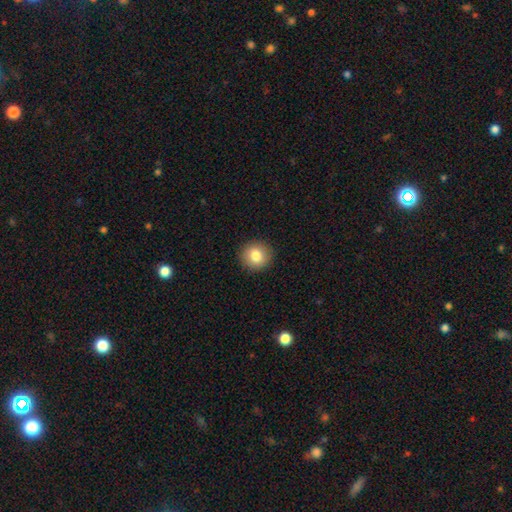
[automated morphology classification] The model was most divided on "smooth or featured": smooth: 82%, featured or disk: 9%, star or artifact: 9%. More confident: merging — none (91%); how rounded — round (91%).